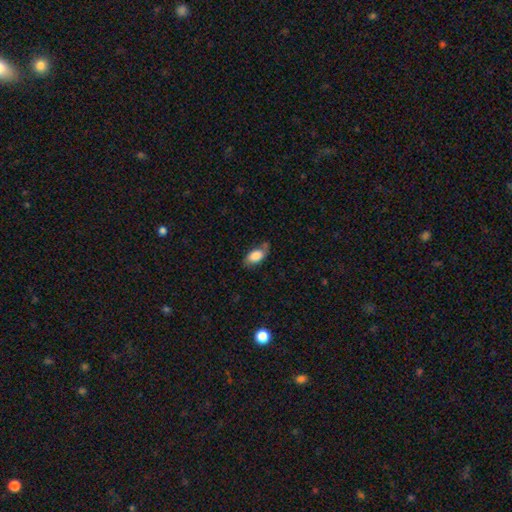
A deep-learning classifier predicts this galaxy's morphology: Smooth or featured: smooth — 73% (featured or disk — 19%)
How rounded: in between — 91% (round — 5%)
Merging: none — 59% (minor disturbance — 29%)